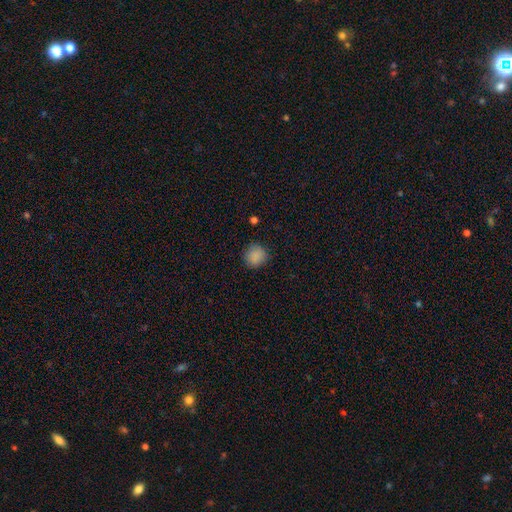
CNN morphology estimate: This appears to be a smooth galaxy with no disk features (87%) that is round (90%). Merging: none (87%).